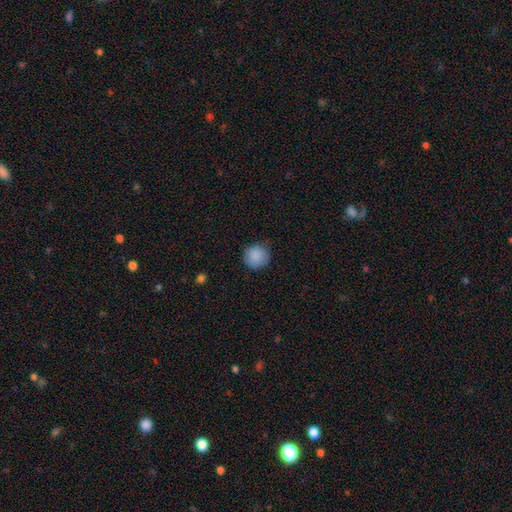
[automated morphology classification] Smooth or featured? smooth (88%)
How rounded? round (94%)
Merging? none (85%)